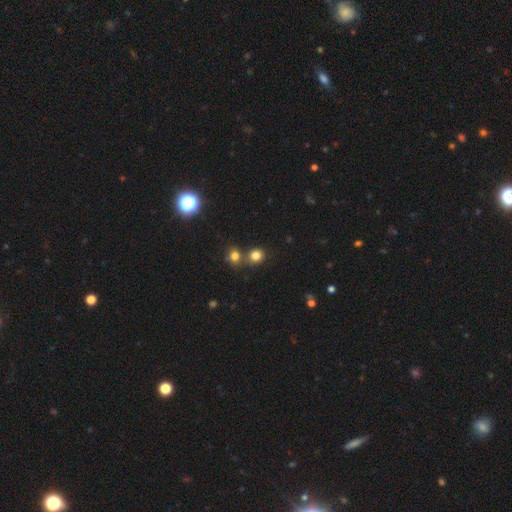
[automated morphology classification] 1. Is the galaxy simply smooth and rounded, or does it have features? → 79% smooth, 15% star or artifact, 6% featured or disk.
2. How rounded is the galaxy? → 84% round, 15% in between, 1% cigar-shaped.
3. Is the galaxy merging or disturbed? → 63% none, 27% merger, 7% minor disturbance, 3% major disturbance.